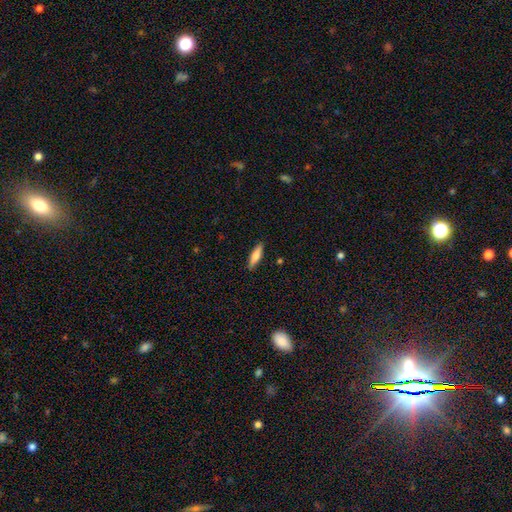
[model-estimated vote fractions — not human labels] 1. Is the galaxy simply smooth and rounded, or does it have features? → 75% smooth, 19% featured or disk, 6% star or artifact.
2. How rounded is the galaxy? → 61% cigar-shaped, 37% in between, 2% round.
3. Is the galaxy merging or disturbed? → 88% none, 9% minor disturbance, 2% major disturbance, 1% merger.